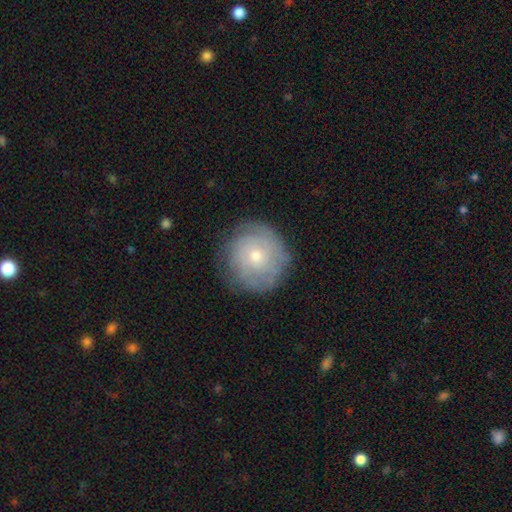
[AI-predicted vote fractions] featured or disk 54%, smooth 39%, star or artifact 8%. Down the decision tree: edge-on disk — no (97%); bar — no (83%); spiral arms — yes (73%); bulge size — small (56%); merging — none (79%).